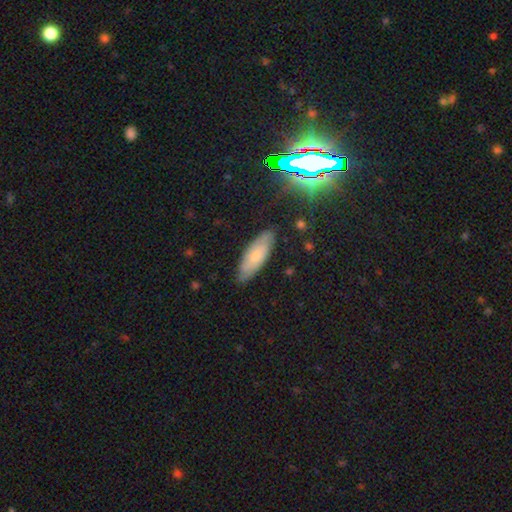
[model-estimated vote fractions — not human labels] Smooth or featured?
  - smooth: 58% *
  - featured or disk: 33%
  - star or artifact: 9%
How rounded?
  - in between: 65% *
  - cigar-shaped: 33%
  - round: 2%
Merging?
  - none: 82% *
  - minor disturbance: 14%
  - major disturbance: 3%
  - merger: 1%